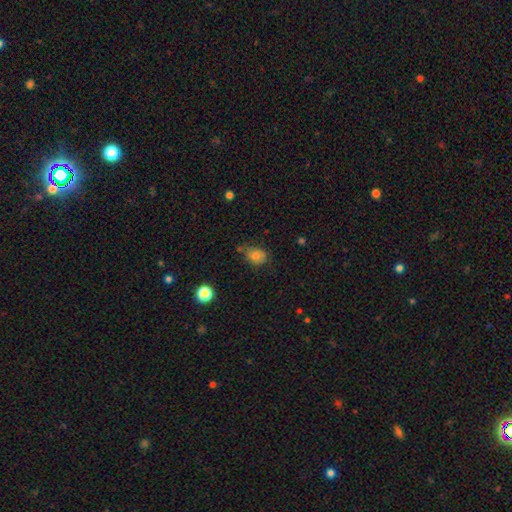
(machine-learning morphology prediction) Smooth or featured?
  - smooth: 75% *
  - featured or disk: 13%
  - star or artifact: 12%
How rounded?
  - in between: 56% *
  - round: 43%
  - cigar-shaped: 1%
Merging?
  - none: 52% *
  - minor disturbance: 32%
  - major disturbance: 10%
  - merger: 5%